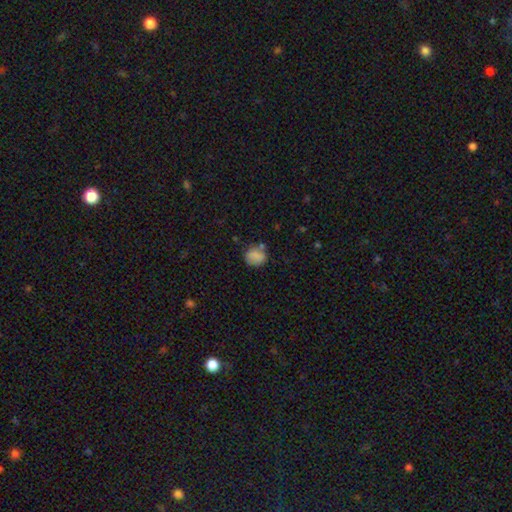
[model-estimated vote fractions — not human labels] smooth-or-featured: smooth: 82% | star or artifact: 9% | featured or disk: 8%
  how-rounded: round: 73% | in between: 26% | cigar-shaped: 1%
  merging: none: 65% | minor disturbance: 21% | merger: 8% | major disturbance: 6%